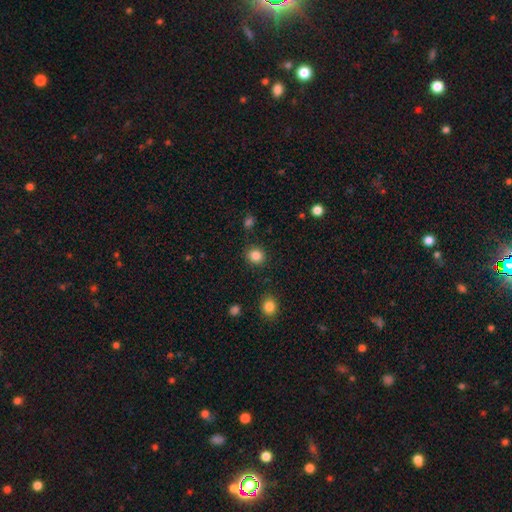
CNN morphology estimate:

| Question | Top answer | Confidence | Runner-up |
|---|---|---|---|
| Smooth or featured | smooth | 85% | star or artifact (11%) |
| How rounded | round | 84% | in between (16%) |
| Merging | none | 88% | minor disturbance (7%) |